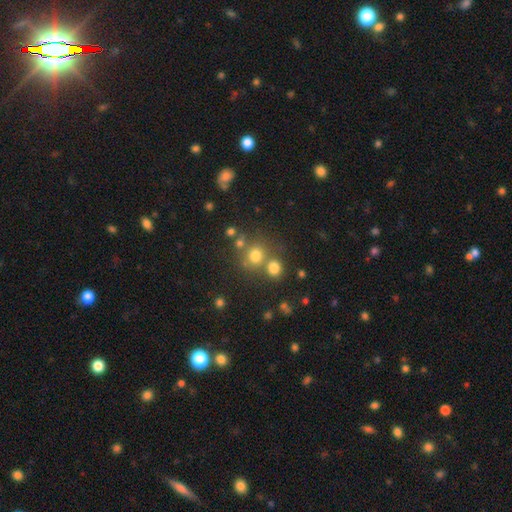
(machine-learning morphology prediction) Smooth or featured? smooth (73%)
How rounded? round (84%)
Merging? none (60%)